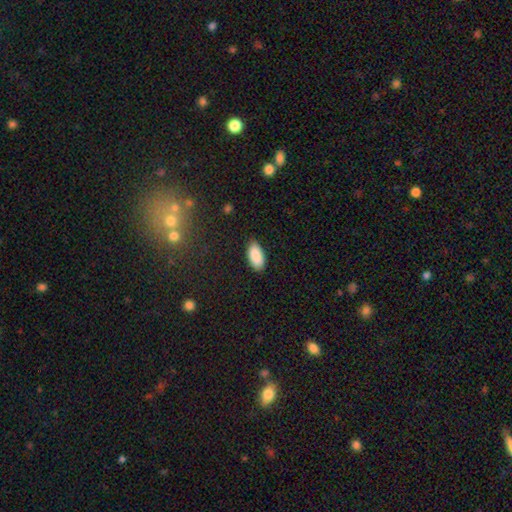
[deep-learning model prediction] This appears to be a smooth galaxy with no disk features (90%) that is in between round and cigar-shaped (93%). Merging: none (87%).